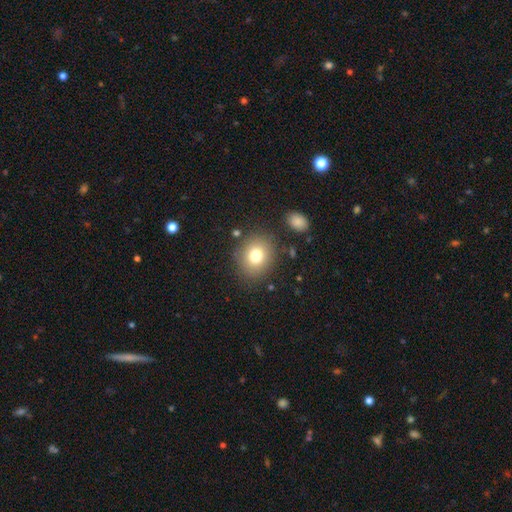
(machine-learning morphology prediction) Q: Smooth or featured?
A: smooth (77%); runner-up: star or artifact (12%)
Q: How rounded?
A: round (72%); runner-up: in between (27%)
Q: Merging?
A: none (83%); runner-up: minor disturbance (10%)